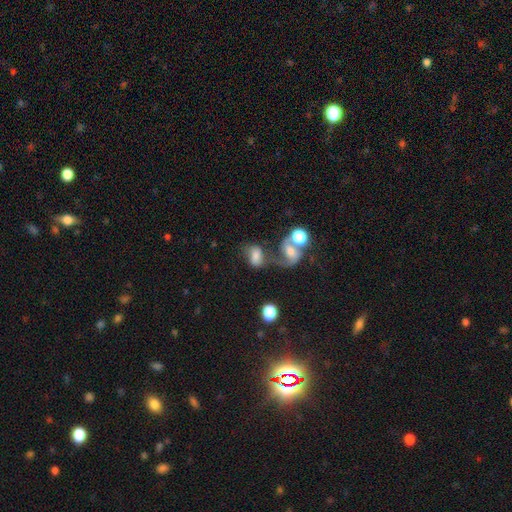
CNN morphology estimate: type=smooth (49%); merging=merger (43%).